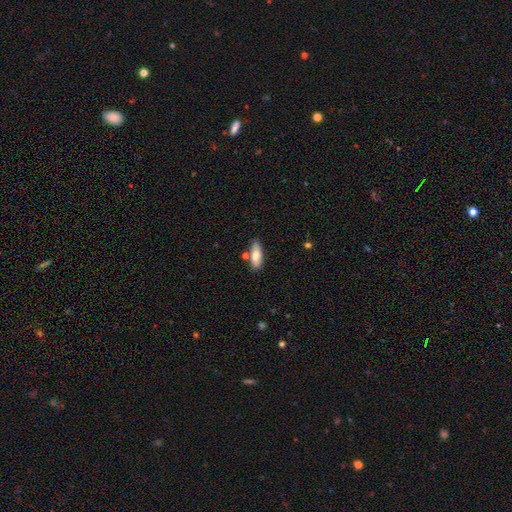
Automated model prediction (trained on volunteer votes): smooth-or-featured: smooth: 81% | featured or disk: 13% | star or artifact: 6%
  how-rounded: in between: 70% | cigar-shaped: 28% | round: 2%
  merging: none: 74% | minor disturbance: 15% | merger: 8% | major disturbance: 3%